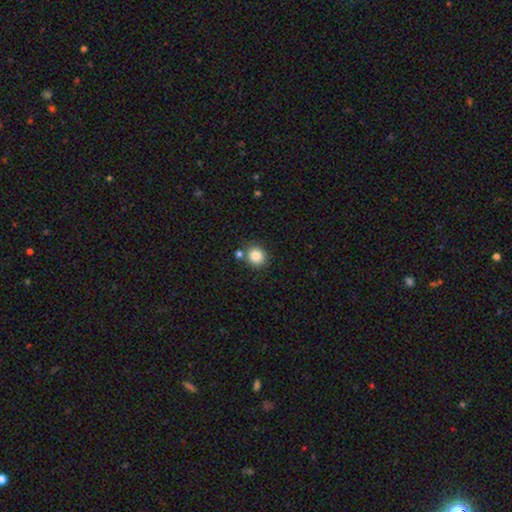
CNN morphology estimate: type=smooth (86%); roundness=round (84%); merging=none (76%).